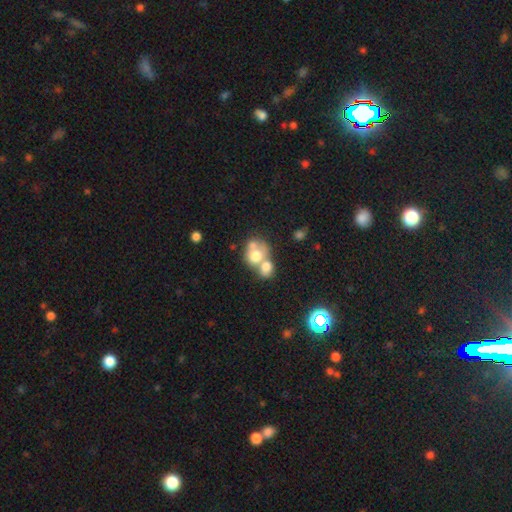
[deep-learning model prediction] This is likely a smooth galaxy (64%). How rounded: possibly round (56%). Merging: likely merger (67%).